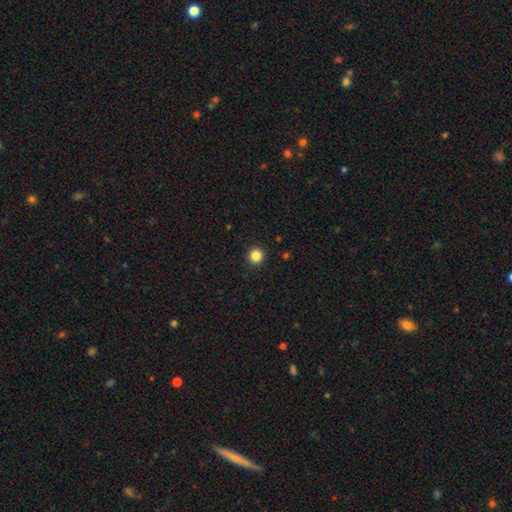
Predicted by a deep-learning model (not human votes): Smooth or featured: smooth — 85% (star or artifact — 11%)
How rounded: round — 93% (in between — 6%)
Merging: none — 93% (minor disturbance — 5%)